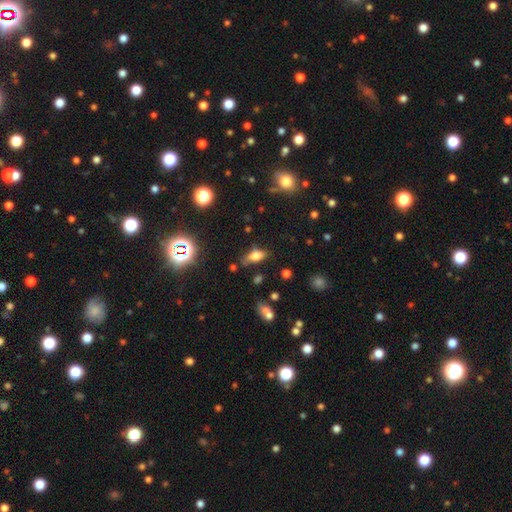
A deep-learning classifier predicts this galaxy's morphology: type=smooth (67%); roundness=in between (81%); merging=none (65%).